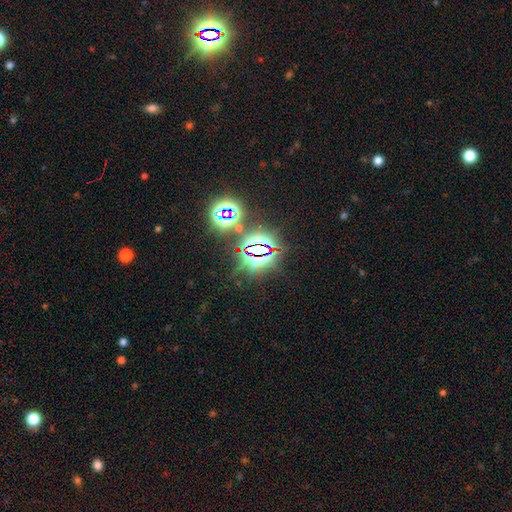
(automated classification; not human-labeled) Morphology: type=star or artifact (80%).